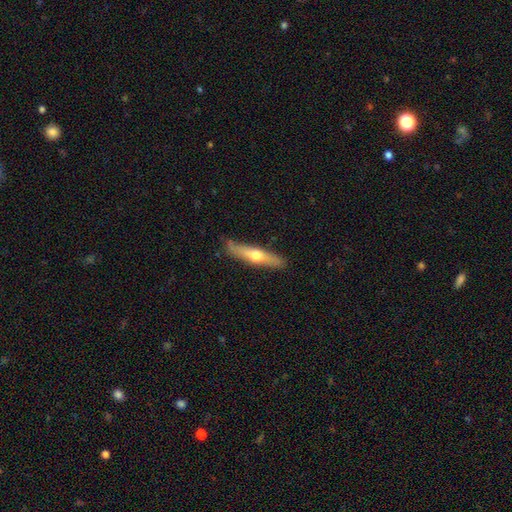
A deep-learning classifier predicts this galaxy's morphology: featured or disk 53%, smooth 42%, star or artifact 5%. Down the decision tree: edge-on disk — yes (87%); merging — none (83%).